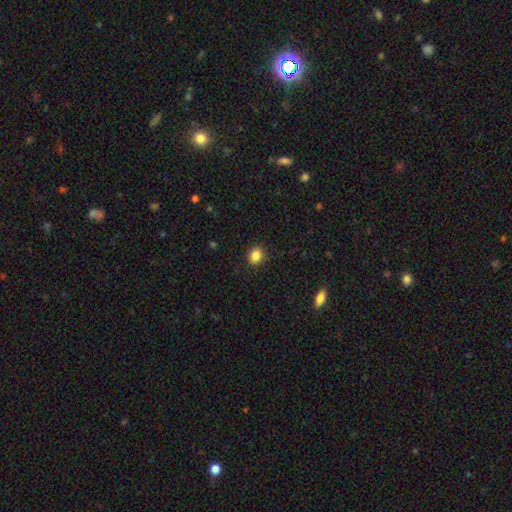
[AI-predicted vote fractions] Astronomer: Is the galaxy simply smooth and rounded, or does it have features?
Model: smooth — 86%.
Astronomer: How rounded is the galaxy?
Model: round — 64%.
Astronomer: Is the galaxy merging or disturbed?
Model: none — 90%.